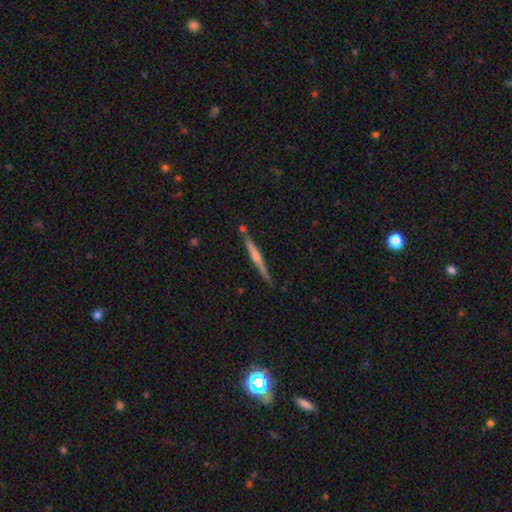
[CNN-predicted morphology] This is possibly a featured or disk galaxy (59%). It is clearly viewed edge-on (98%). Edge-on bulge: possibly rounded (56%). Merging: clearly none (81%).